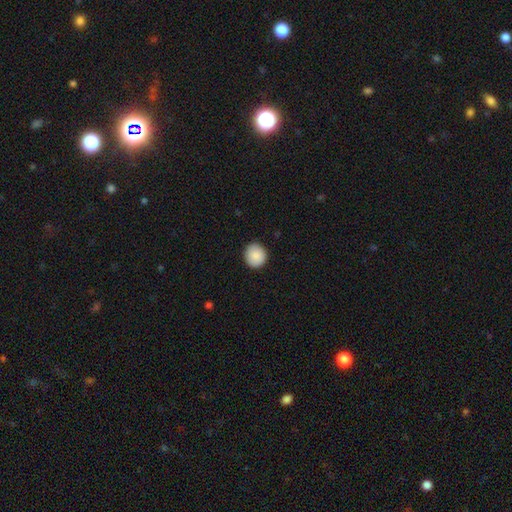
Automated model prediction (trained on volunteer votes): The model was most divided on "how rounded": round: 88%, in between: 11%, cigar-shaped: 1%. More confident: merging — none (91%); smooth or featured — smooth (89%).